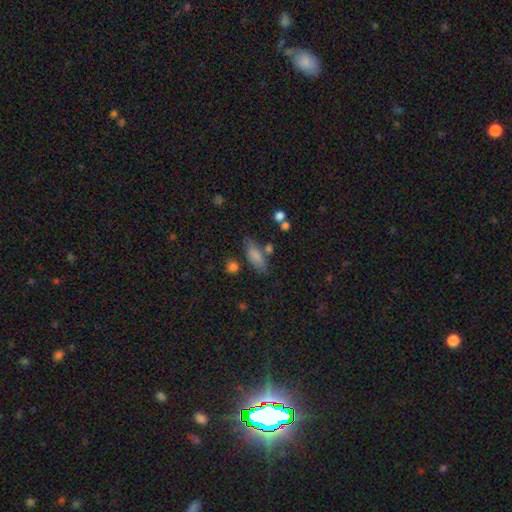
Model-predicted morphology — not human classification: This is clearly a smooth galaxy (82%). How rounded: likely in between (73%). Merging: likely none (67%).